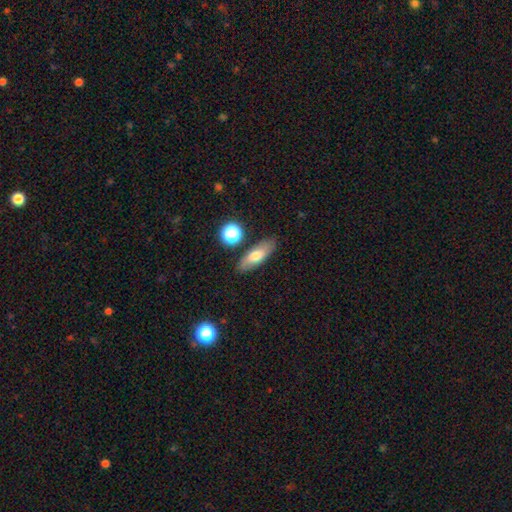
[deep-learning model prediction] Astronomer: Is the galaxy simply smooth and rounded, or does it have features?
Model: smooth — 66%.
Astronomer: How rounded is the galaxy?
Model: in between — 63%.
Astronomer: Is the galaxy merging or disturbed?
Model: none — 82%.